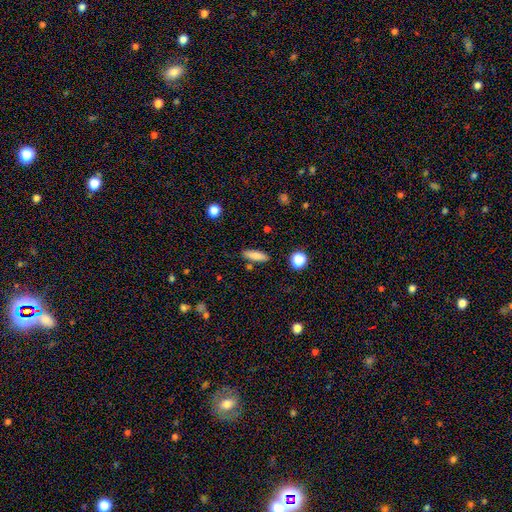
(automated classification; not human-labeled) This is clearly a smooth galaxy (82%). How rounded: likely cigar-shaped (60%). Merging: clearly none (85%).